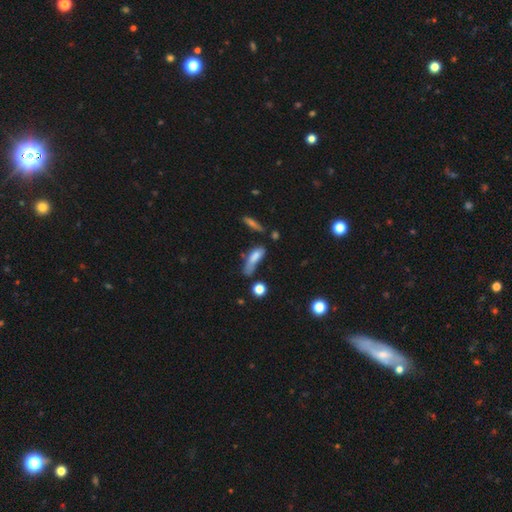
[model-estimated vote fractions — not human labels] Smooth or featured: smooth — 71% (featured or disk — 19%)
How rounded: cigar-shaped — 51% (in between — 45%)
Merging: none — 36% (minor disturbance — 29%)